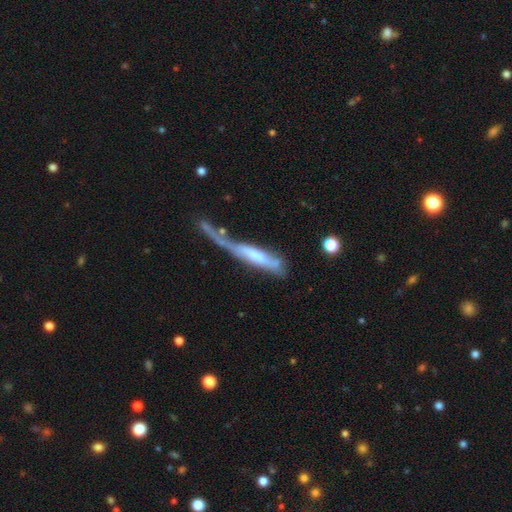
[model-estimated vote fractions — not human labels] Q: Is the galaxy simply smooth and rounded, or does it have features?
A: featured or disk — 47%.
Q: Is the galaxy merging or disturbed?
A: major disturbance — 32%.